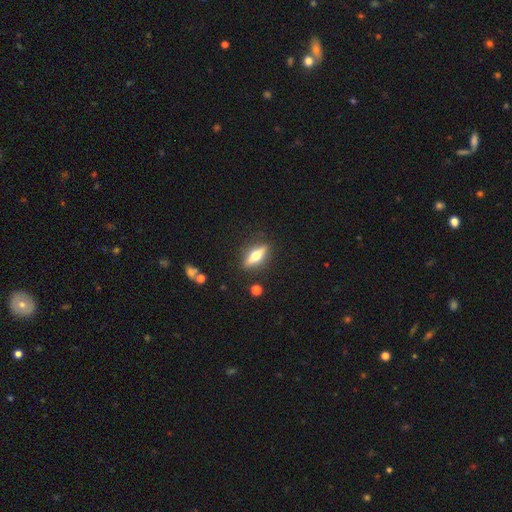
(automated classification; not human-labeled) Q: Smooth or featured?
A: featured or disk (59%); runner-up: smooth (34%)
Q: Edge-on disk?
A: yes (93%); runner-up: no (7%)
Q: Edge-on bulge?
A: rounded (95%); runner-up: boxy (3%)
Q: Merging?
A: none (87%); runner-up: minor disturbance (8%)